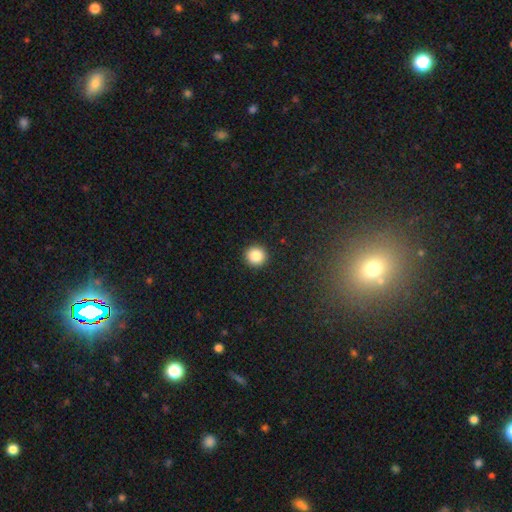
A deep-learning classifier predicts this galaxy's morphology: A smooth galaxy with no disk features (85%) that is round (95%).

Vote fractions:
- Smooth or featured? smooth: 85% / star or artifact: 10% / featured or disk: 5%
- How rounded? round: 95% / in between: 4% / cigar-shaped: 1%
- Merging? none: 93% / minor disturbance: 4% / major disturbance: 2% / merger: 1%